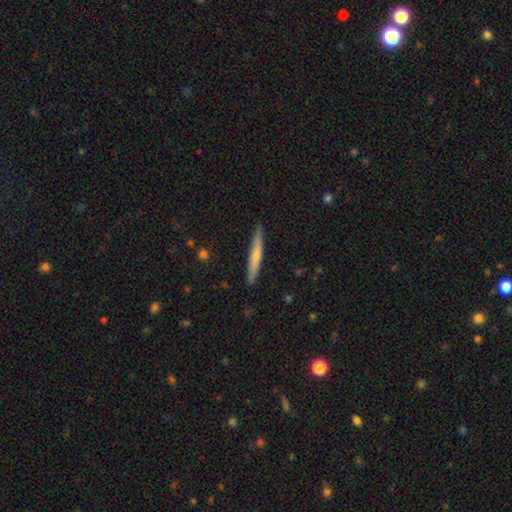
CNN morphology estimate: This is possibly a smooth galaxy (56%). How rounded: clearly cigar-shaped (95%). Merging: clearly none (89%).